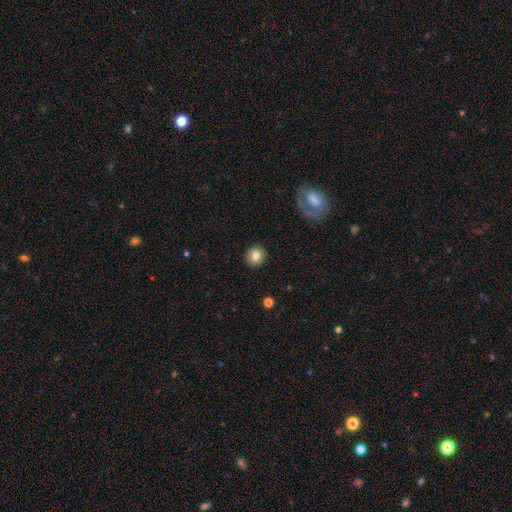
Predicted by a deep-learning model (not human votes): Smooth or featured? Predicted: smooth (p=0.81). How rounded? Predicted: round (p=0.89). Merging? Predicted: none (p=0.92).